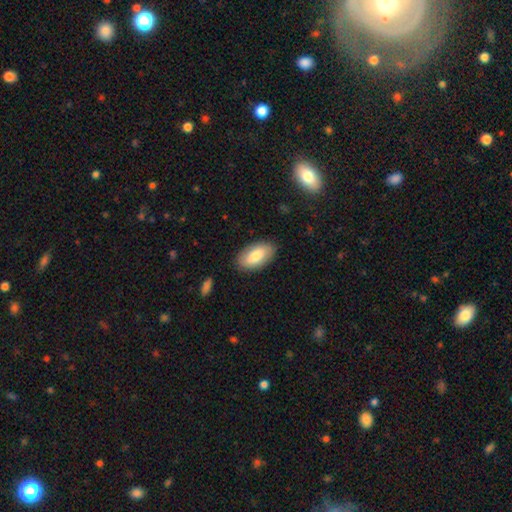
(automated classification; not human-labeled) smooth-or-featured: smooth: 77% | featured or disk: 17% | star or artifact: 6%
  how-rounded: in between: 94% | round: 3% | cigar-shaped: 3%
  merging: none: 85% | minor disturbance: 11% | major disturbance: 3% | merger: 1%